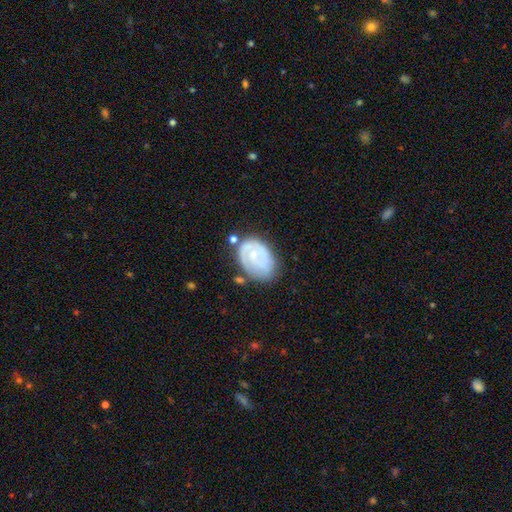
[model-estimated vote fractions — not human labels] A featured or disk galaxy (63%) with no bar (68%), spiral arms (76%) and a small central bulge (65%). Merging: none (56%).